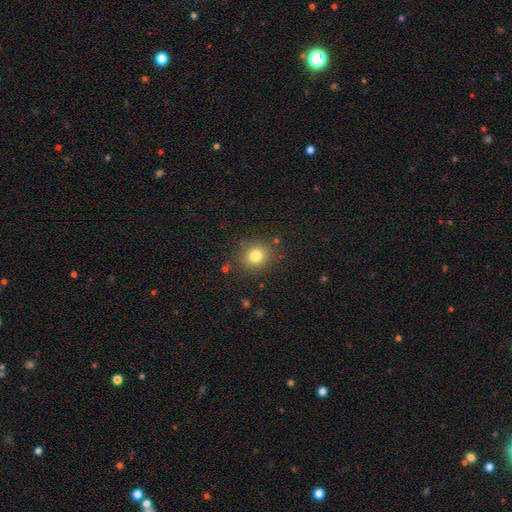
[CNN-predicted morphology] smooth-or-featured: smooth: 79% | star or artifact: 13% | featured or disk: 8%
  how-rounded: round: 80% | in between: 20% | cigar-shaped: 1%
  merging: none: 85% | minor disturbance: 10% | major disturbance: 3% | merger: 2%